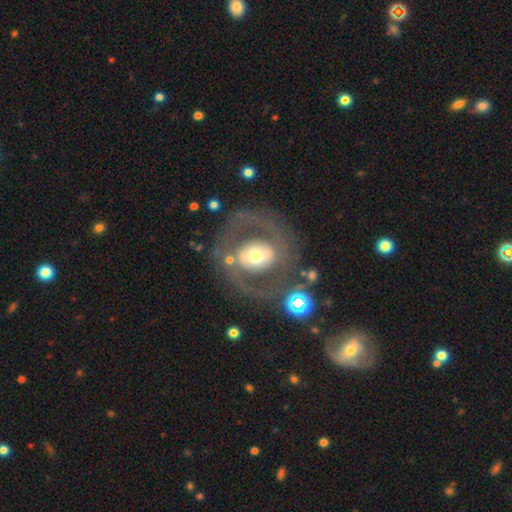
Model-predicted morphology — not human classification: smooth_or_featured: featured or disk (p=0.65) [alt: smooth p=0.27]
disk_edge_on: no (p=0.95) [alt: yes p=0.05]
bar: no (p=0.51) [alt: weak p=0.27]
has_spiral_arms: no (p=0.59) [alt: yes p=0.41]
bulge_size: moderate (p=0.58) [alt: large p=0.25]
merging: none (p=0.71) [alt: major disturbance p=0.13]